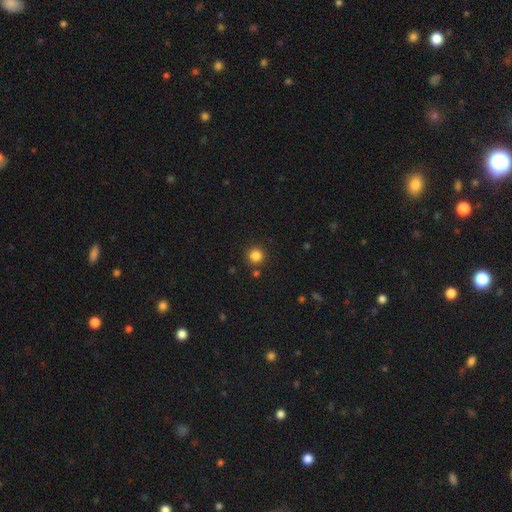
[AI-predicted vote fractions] smooth 84%, star or artifact 12%, featured or disk 4%. Down the decision tree: how rounded — round (95%); merging — none (87%).